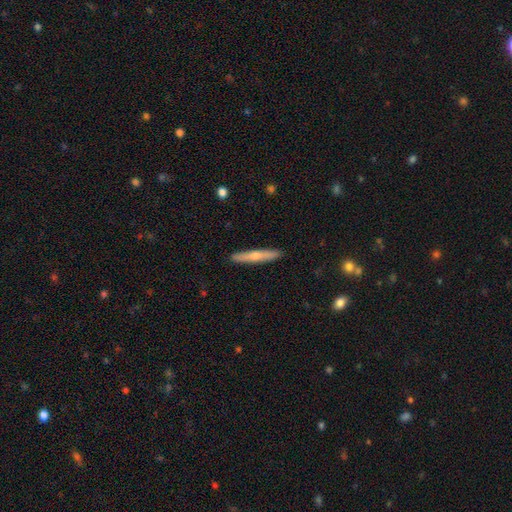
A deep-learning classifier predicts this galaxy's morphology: smooth_or_featured: smooth (p=0.54) [alt: featured or disk p=0.41]
how_rounded: cigar-shaped (p=0.94) [alt: in between p=0.05]
merging: none (p=0.91) [alt: minor disturbance p=0.07]